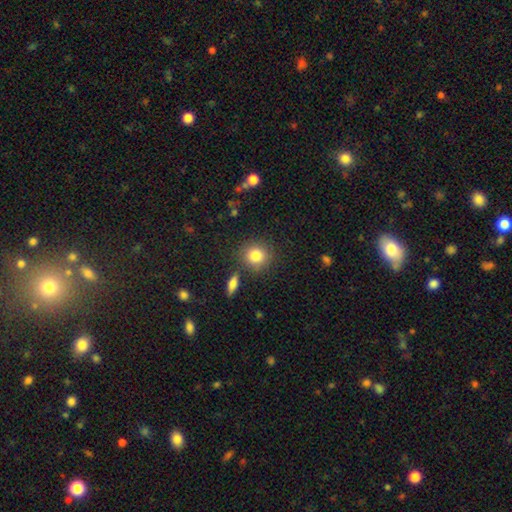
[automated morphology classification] A smooth galaxy with no disk features (83%) that is round (87%).

Vote fractions:
- Smooth or featured? smooth: 83% / star or artifact: 9% / featured or disk: 8%
- How rounded? round: 87% / in between: 12% / cigar-shaped: 1%
- Merging? none: 82% / minor disturbance: 9% / merger: 6% / major disturbance: 3%